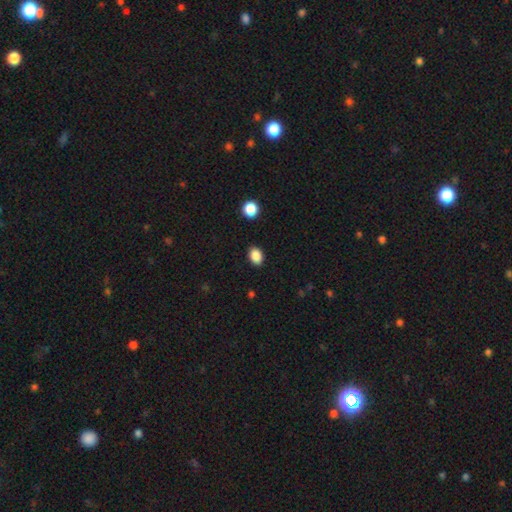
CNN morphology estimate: A smooth galaxy with no disk features (87%) that is in between round and cigar-shaped (75%).

Vote fractions:
- Smooth or featured? smooth: 87% / star or artifact: 10% / featured or disk: 3%
- How rounded? in between: 75% / round: 24% / cigar-shaped: 1%
- Merging? none: 88% / minor disturbance: 8% / major disturbance: 2% / merger: 1%